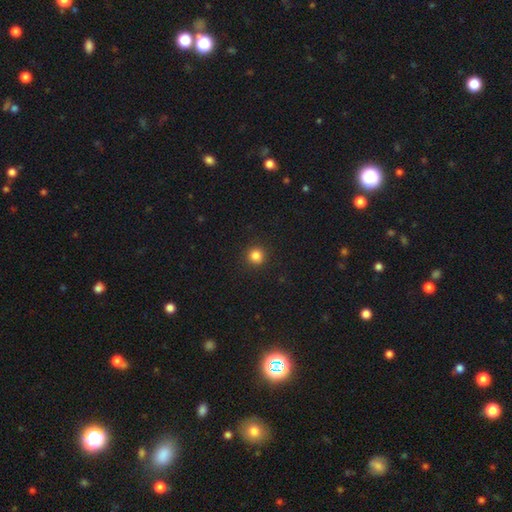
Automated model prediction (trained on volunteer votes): The model was most divided on "smooth or featured": smooth: 84%, star or artifact: 12%, featured or disk: 4%. More confident: how rounded — round (94%); merging — none (92%).